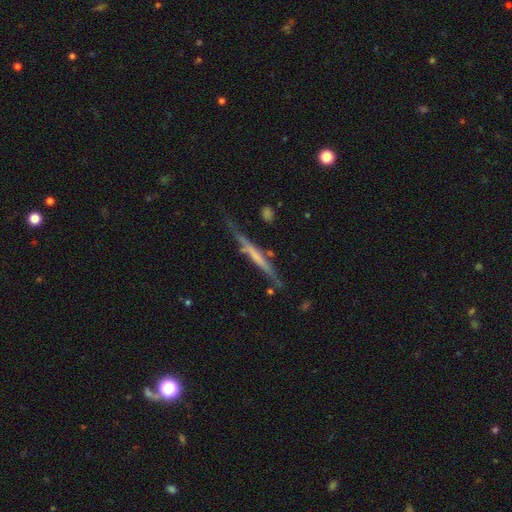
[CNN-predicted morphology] The model was most divided on "smooth or featured": featured or disk: 64%, smooth: 30%, star or artifact: 6%. More confident: edge-on disk — yes (95%); edge-on bulge — none (70%); merging — none (69%).